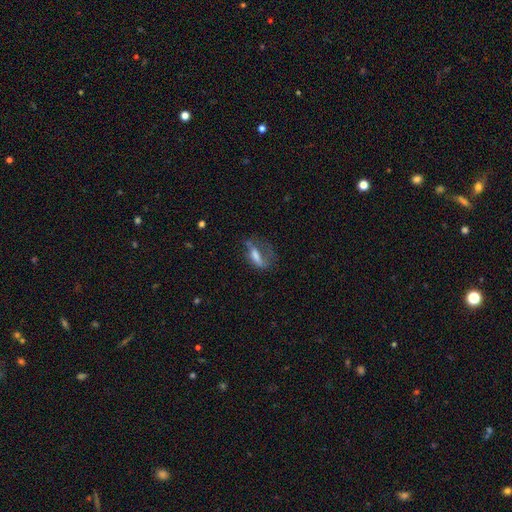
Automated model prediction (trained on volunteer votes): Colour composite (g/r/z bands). It shows a smooth galaxy with no disk features (54%) that is in between round and cigar-shaped (55%). Merging: major disturbance (38%).